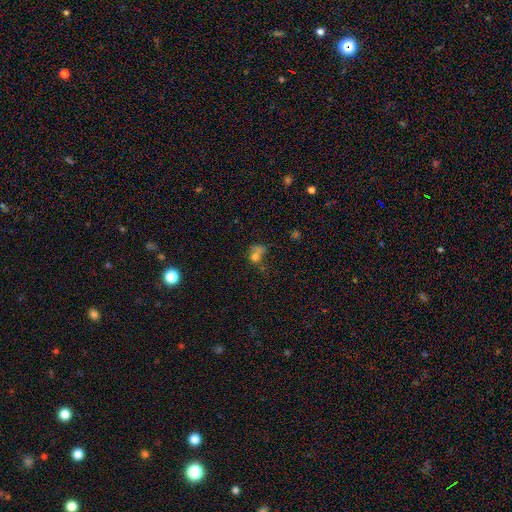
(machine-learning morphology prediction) This is likely a smooth galaxy (64%). How rounded: likely round (65%). Merging: marginally merger (38%).